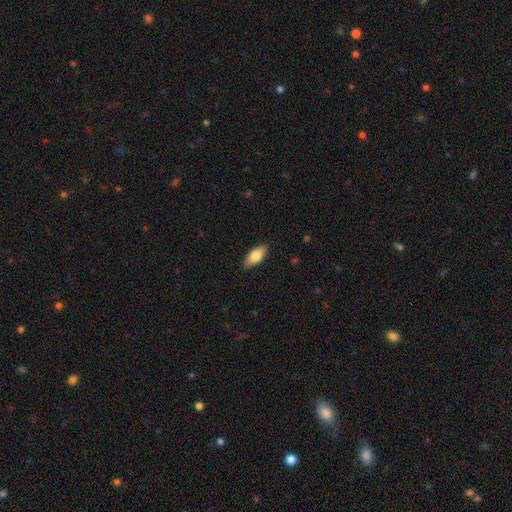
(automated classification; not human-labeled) Overall: smooth (77%). How rounded: in between (83%). Merging: none (88%).